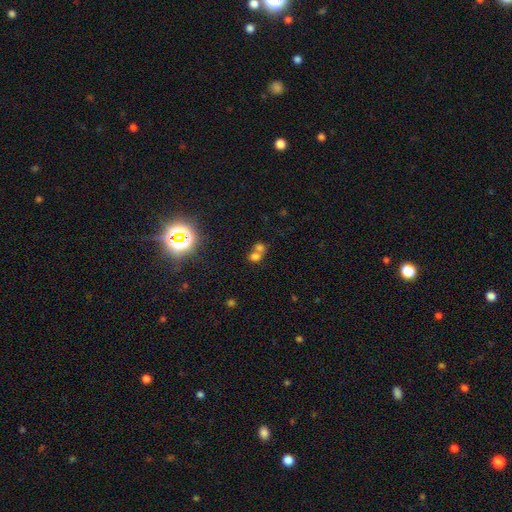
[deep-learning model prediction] Overall: smooth (62%; star or artifact 22%). How rounded: round (51%; in between 47%). Merging: merger (64%; none 26%).